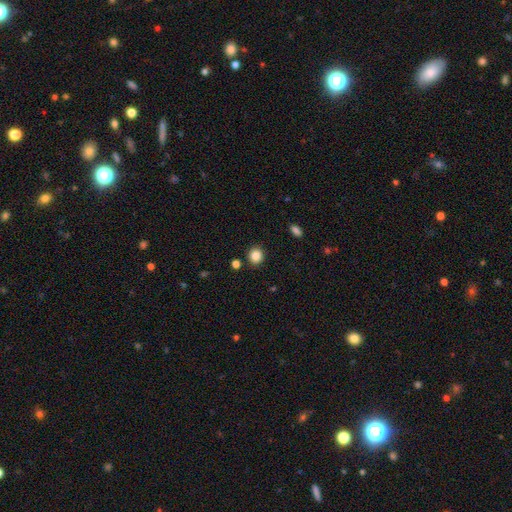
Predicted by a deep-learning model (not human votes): Overall: smooth (86%). How rounded: round (85%). Merging: none (89%).